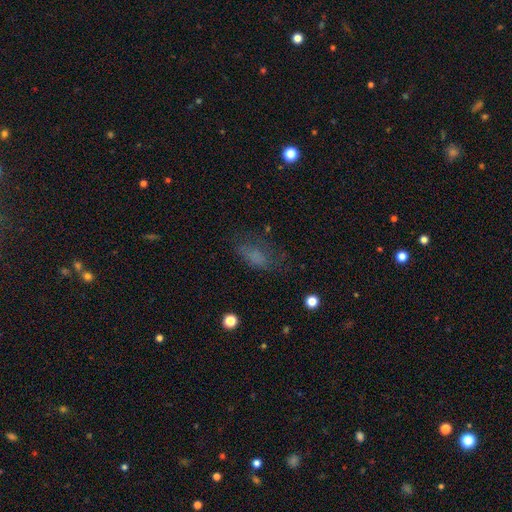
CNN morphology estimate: smooth 63%, featured or disk 20%, star or artifact 17%. Down the decision tree: how rounded — in between (82%); merging — none (54%).